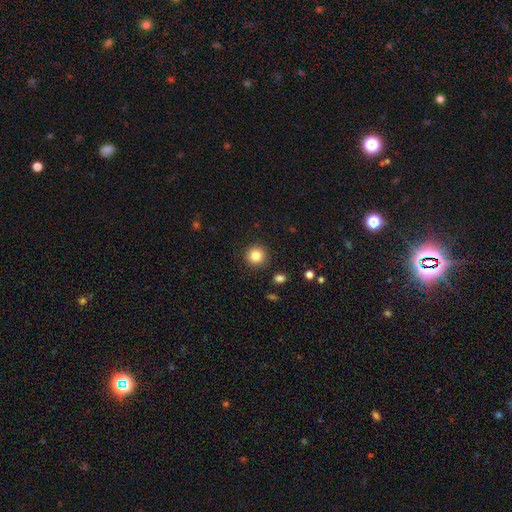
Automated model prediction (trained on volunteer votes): smooth-or-featured: smooth: 85% | star or artifact: 10% | featured or disk: 5%
  how-rounded: round: 94% | in between: 5% | cigar-shaped: 1%
  merging: none: 91% | minor disturbance: 6% | major disturbance: 2% | merger: 1%